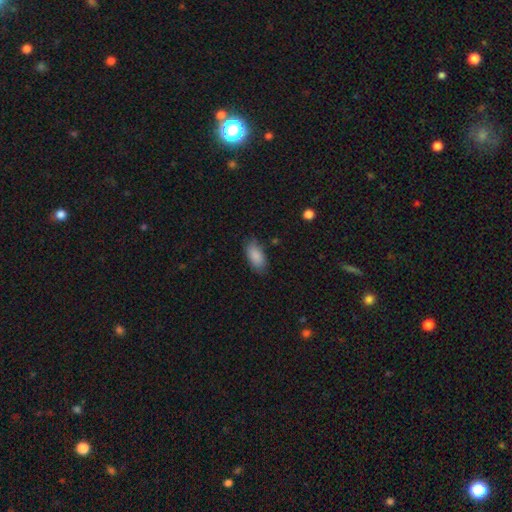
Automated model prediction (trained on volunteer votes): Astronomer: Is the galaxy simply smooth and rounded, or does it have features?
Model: smooth — 88%.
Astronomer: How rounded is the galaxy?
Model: in between — 92%.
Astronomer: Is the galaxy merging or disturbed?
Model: none — 78%.